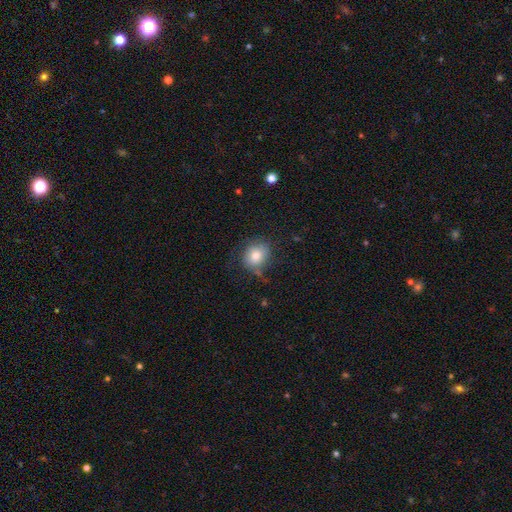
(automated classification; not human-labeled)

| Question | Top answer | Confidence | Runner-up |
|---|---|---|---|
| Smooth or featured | smooth | 79% | featured or disk (12%) |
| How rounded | round | 60% | in between (39%) |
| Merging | none | 70% | minor disturbance (21%) |